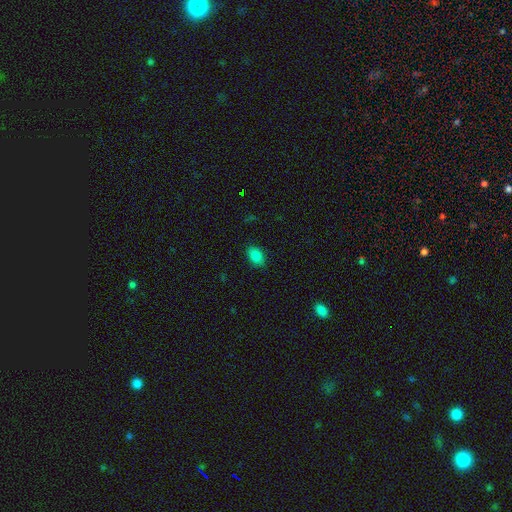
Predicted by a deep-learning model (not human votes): Smooth or featured? smooth (83%)
How rounded? in between (81%)
Merging? none (88%)